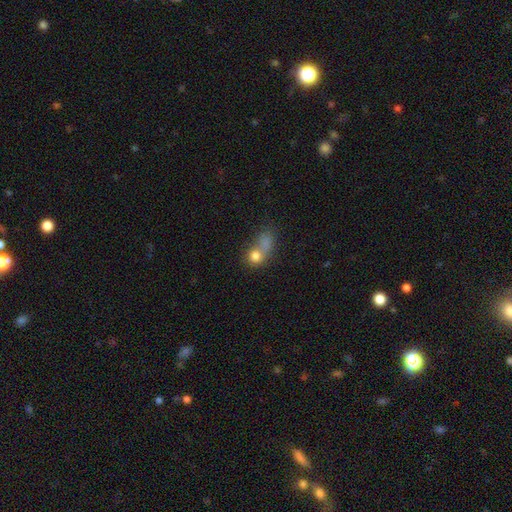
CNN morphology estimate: Smooth or featured? smooth (76%)
How rounded? round (68%)
Merging? merger (54%)